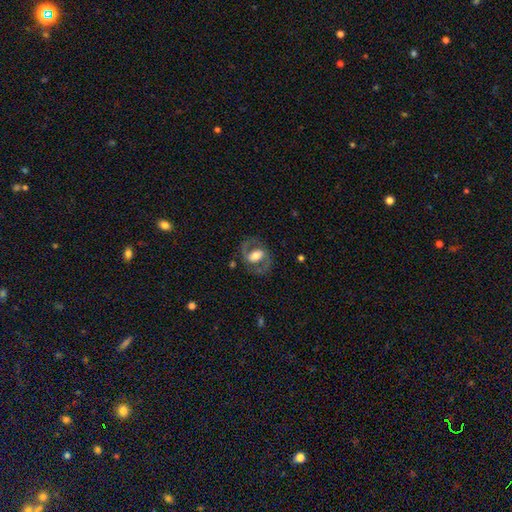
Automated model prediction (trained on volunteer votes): Smooth or featured?
  - featured or disk: 71% *
  - smooth: 22%
  - star or artifact: 7%
Edge-on disk?
  - no: 96% *
  - yes: 4%
Bar?
  - weak: 39% *
  - no: 32%
  - strong: 29%
Spiral arms?
  - yes: 83% *
  - no: 17%
Spiral winding?
  - medium: 56% *
  - loose: 23%
  - tight: 21%
Spiral arm count?
  - 2: 89% *
  - can't tell: 5%
  - 1: 3%
  - 3: 1%
  - 4: 1%
  - more than 4: 1%
Bulge size?
  - moderate: 51% *
  - large: 31%
  - small: 12%
  - dominant: 3%
  - none: 2%
Merging?
  - none: 75% *
  - minor disturbance: 13%
  - major disturbance: 10%
  - merger: 1%